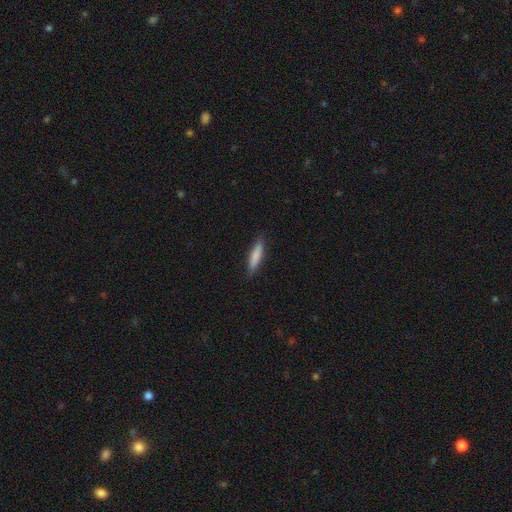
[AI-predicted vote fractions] This is likely a smooth galaxy (78%). How rounded: clearly cigar-shaped (82%). Merging: clearly none (86%).